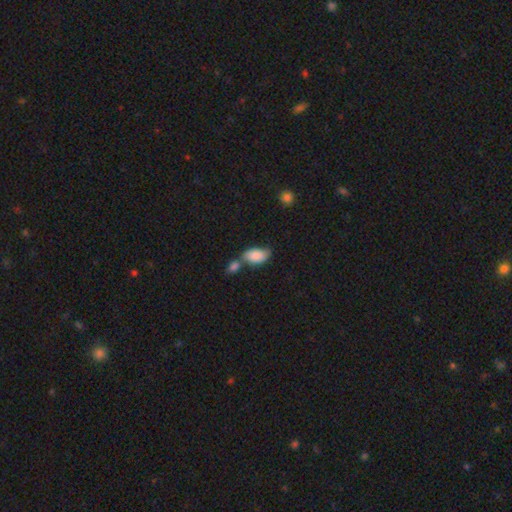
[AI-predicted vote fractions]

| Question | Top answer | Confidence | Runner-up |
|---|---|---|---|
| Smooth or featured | smooth | 84% | featured or disk (10%) |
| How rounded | in between | 93% | round (4%) |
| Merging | merger | 48% | none (30%) |